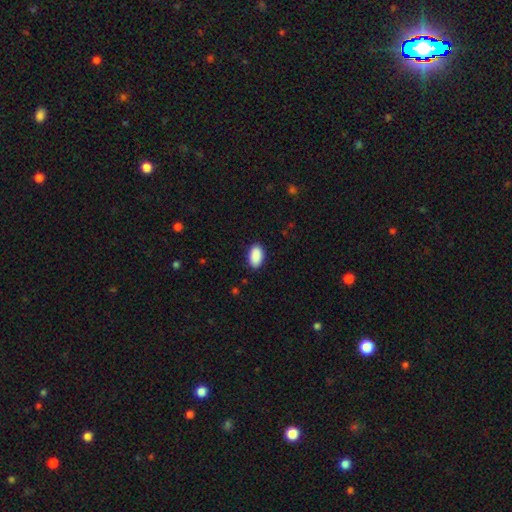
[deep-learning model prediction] The model was most divided on "merging": none: 87%, minor disturbance: 10%, major disturbance: 2%, merger: 1%. More confident: how rounded — in between (94%); smooth or featured — smooth (91%).